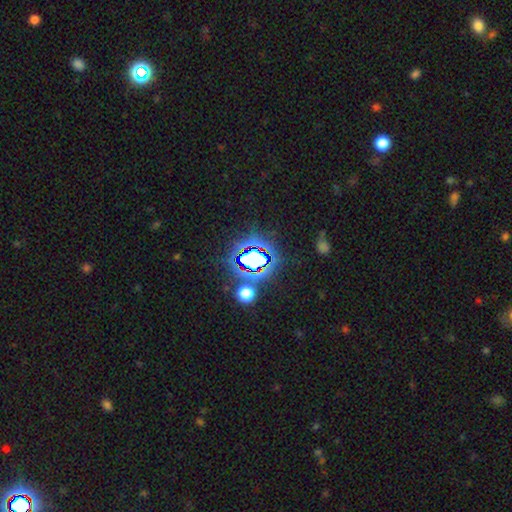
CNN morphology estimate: star or artifact 74%, smooth 16%, featured or disk 10%.